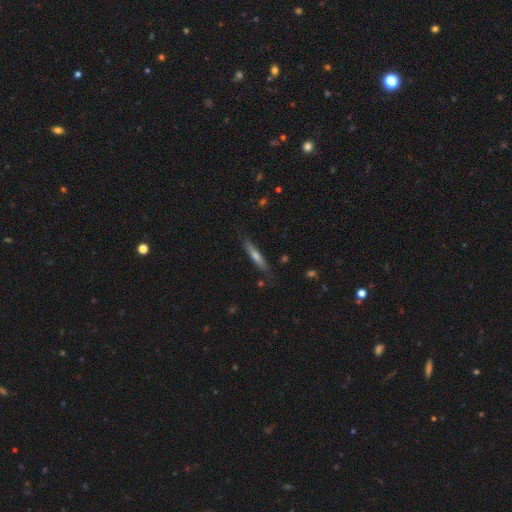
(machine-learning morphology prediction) Overall: smooth (52%; featured or disk 41%). How rounded: cigar-shaped (91%). Merging: none (83%).